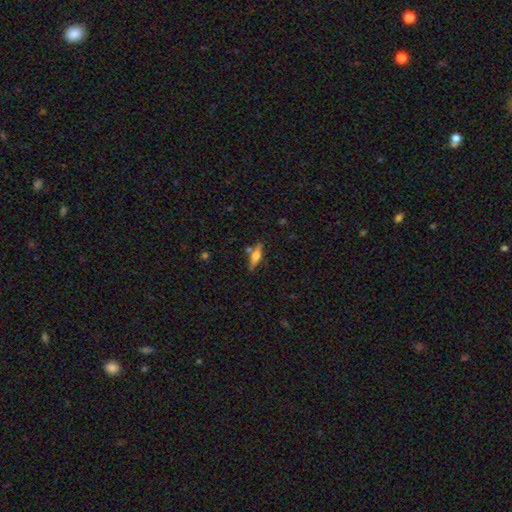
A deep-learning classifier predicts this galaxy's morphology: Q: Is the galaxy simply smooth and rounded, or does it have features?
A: featured or disk — 47%.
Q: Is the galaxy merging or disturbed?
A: none — 76%.